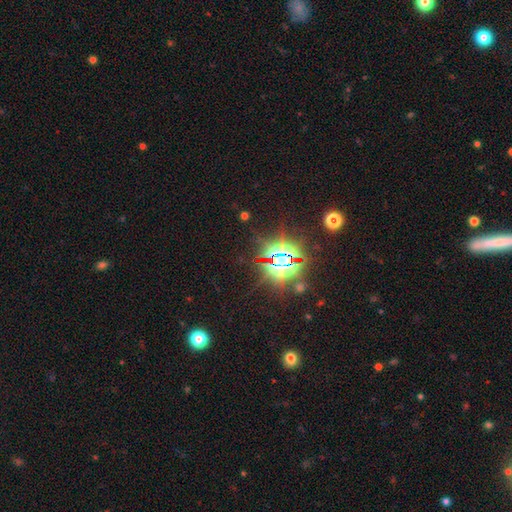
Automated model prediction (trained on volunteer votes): Overall: star or artifact (84%).